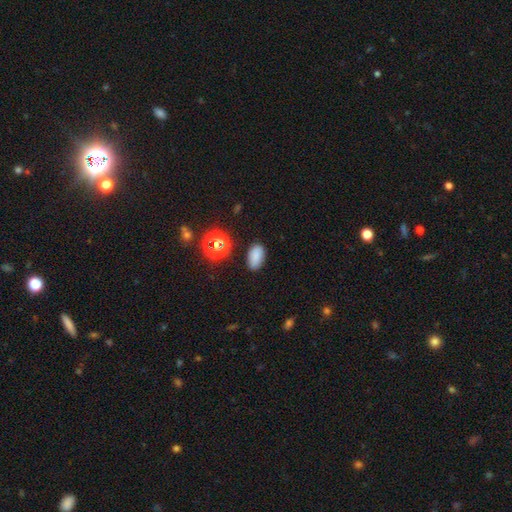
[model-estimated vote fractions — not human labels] A smooth galaxy with no disk features (81%) that is in between round and cigar-shaped (91%). Merging: none (82%).